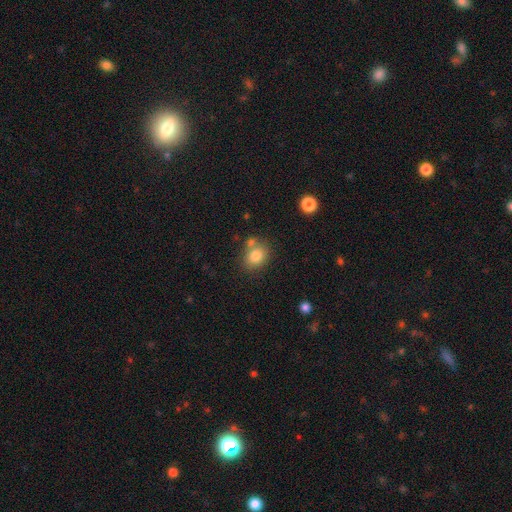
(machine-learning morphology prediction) type=smooth (81%); roundness=round (52%); merging=none (62%).